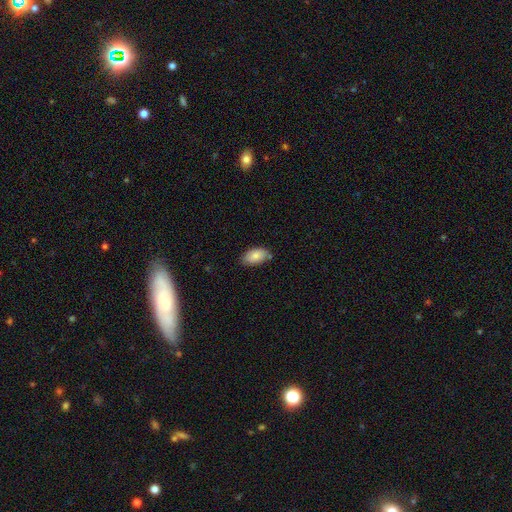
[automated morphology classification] A smooth galaxy with no disk features (81%) that is in between round and cigar-shaped (94%).

Vote fractions:
- Smooth or featured? smooth: 81% / featured or disk: 12% / star or artifact: 7%
- How rounded? in between: 94% / round: 4% / cigar-shaped: 2%
- Merging? none: 76% / minor disturbance: 17% / merger: 4% / major disturbance: 3%